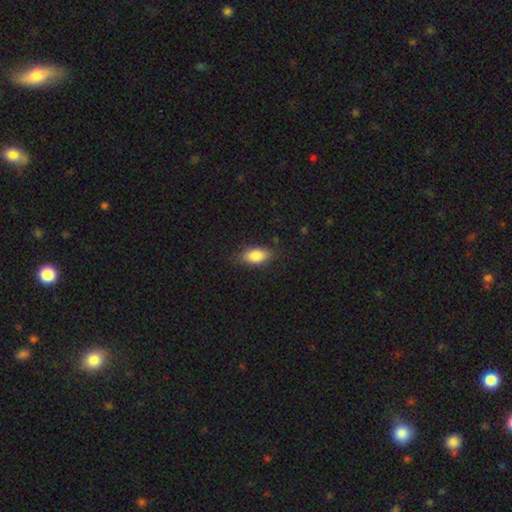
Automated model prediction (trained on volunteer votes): The model was most divided on "merging": none: 79%, minor disturbance: 16%, major disturbance: 4%, merger: 1%. More confident: how rounded — in between (88%); smooth or featured — smooth (84%).